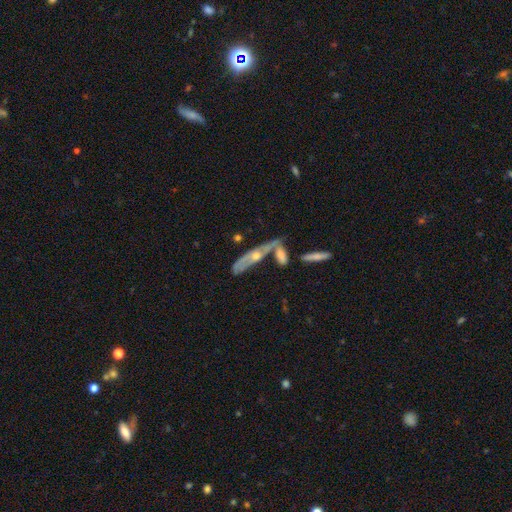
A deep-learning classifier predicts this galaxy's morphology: smooth_or_featured: featured or disk (p=0.63) [alt: smooth p=0.29]
disk_edge_on: yes (p=0.58) [alt: no p=0.42]
merging: none (p=0.36) [tied with: merger p=0.36]